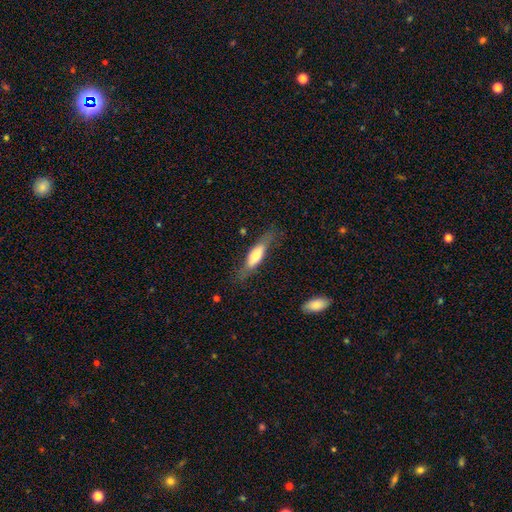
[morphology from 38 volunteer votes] A featured or disk galaxy (61%) viewed edge-on (87%) with a rounded central bulge (55%).

Vote fractions:
- Smooth or featured? featured or disk: 61% / smooth: 37% / star or artifact: 3%
- Edge-on disk? yes: 87% / no: 13%
- Edge-on bulge? rounded: 55% / boxy: 40% / none: 5%
- Merging? none: 73% / minor disturbance: 19% / major disturbance: 5% / merger: 3%